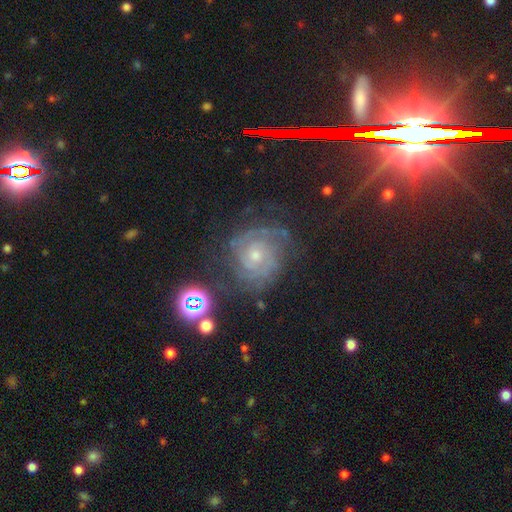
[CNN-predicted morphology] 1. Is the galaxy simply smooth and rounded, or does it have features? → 80% featured or disk, 12% star or artifact, 8% smooth.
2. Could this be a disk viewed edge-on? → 98% no, 2% yes.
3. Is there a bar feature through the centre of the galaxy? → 75% no, 20% weak, 4% strong.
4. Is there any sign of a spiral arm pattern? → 95% yes, 5% no.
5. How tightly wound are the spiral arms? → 71% tight, 24% medium, 5% loose.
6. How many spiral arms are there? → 32% can't tell, 29% 2, 19% 3, 8% 4, 6% more than 4, 6% 1.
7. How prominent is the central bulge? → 54% small, 42% moderate, 2% large, 2% none, 1% dominant.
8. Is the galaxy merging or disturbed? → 67% none, 19% minor disturbance, 12% major disturbance, 3% merger.